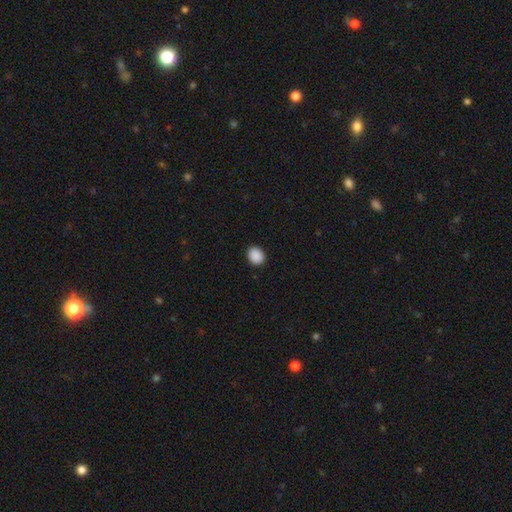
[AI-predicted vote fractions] This appears to be a smooth galaxy with no disk features (90%) that is round (53%). Merging: none (90%).